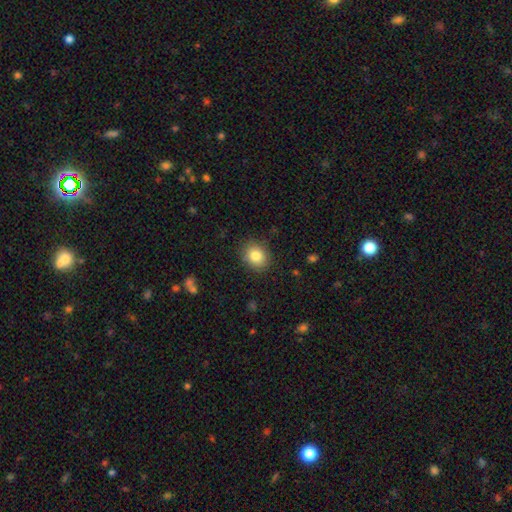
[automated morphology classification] A smooth galaxy with no disk features (83%) that is round (63%). Merging: none (87%).